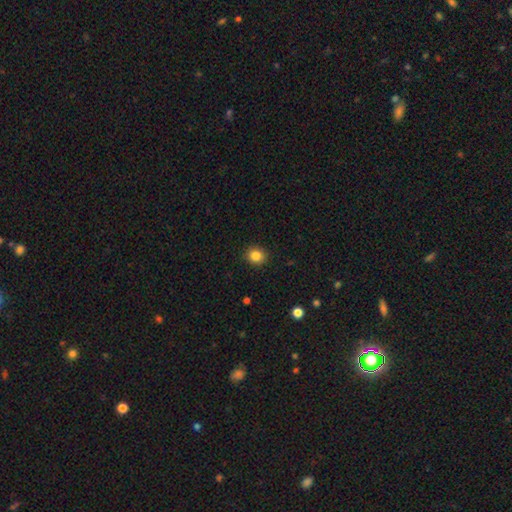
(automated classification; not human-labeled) A smooth galaxy with no disk features (84%) that is round (82%).

Vote fractions:
- Smooth or featured? smooth: 84% / star or artifact: 11% / featured or disk: 5%
- How rounded? round: 82% / in between: 17% / cigar-shaped: 1%
- Merging? none: 92% / minor disturbance: 6% / major disturbance: 2% / merger: 1%